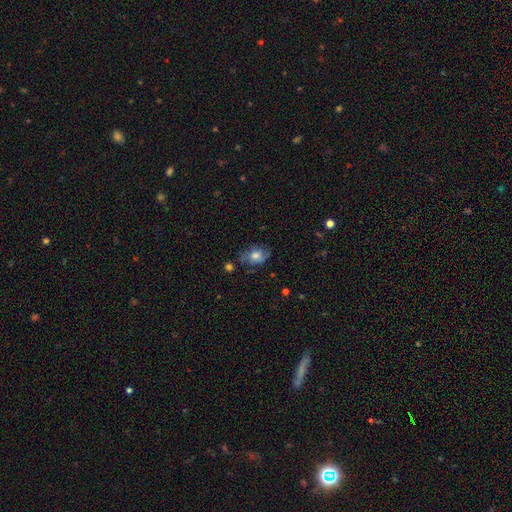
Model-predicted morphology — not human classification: smooth_or_featured: smooth (p=0.53) [alt: featured or disk p=0.37]
how_rounded: in between (p=0.68) [alt: round p=0.31]
merging: none (p=0.63) [alt: minor disturbance p=0.24]